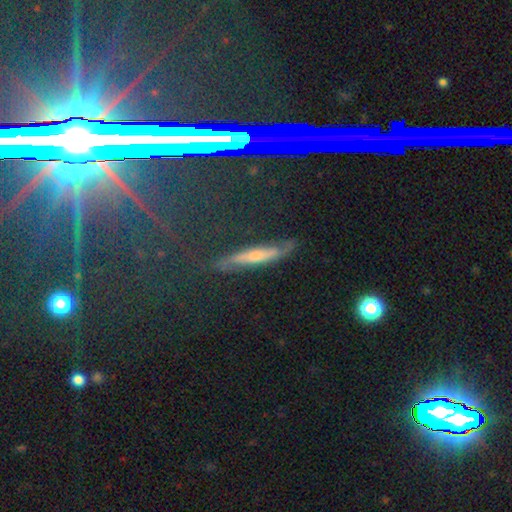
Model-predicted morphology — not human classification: Smooth or featured? featured or disk (50%)
Edge-on disk? yes (63%)
Merging? none (75%)